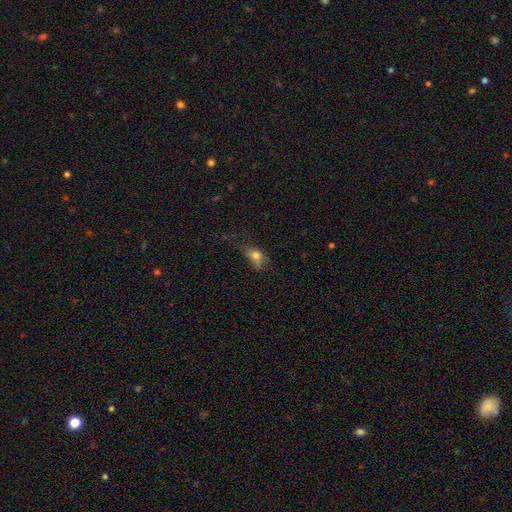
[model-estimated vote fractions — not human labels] Smooth or featured? smooth (73%)
How rounded? in between (71%)
Merging? none (36%)